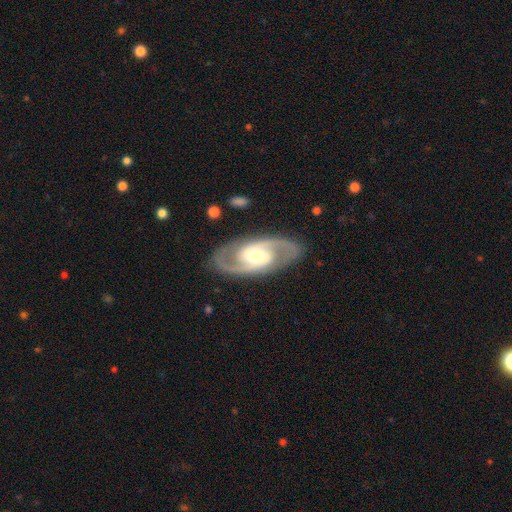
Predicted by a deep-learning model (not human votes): Q: Smooth or featured?
A: featured or disk (89%); runner-up: smooth (7%)
Q: Edge-on disk?
A: no (95%); runner-up: yes (5%)
Q: Bar?
A: weak (45%); runner-up: strong (30%)
Q: Spiral arms?
A: yes (96%); runner-up: no (4%)
Q: Spiral winding?
A: medium (58%); runner-up: tight (28%)
Q: Spiral arm count?
A: 2 (92%); runner-up: can't tell (3%)
Q: Bulge size?
A: moderate (55%); runner-up: small (23%)
Q: Merging?
A: none (86%); runner-up: minor disturbance (9%)